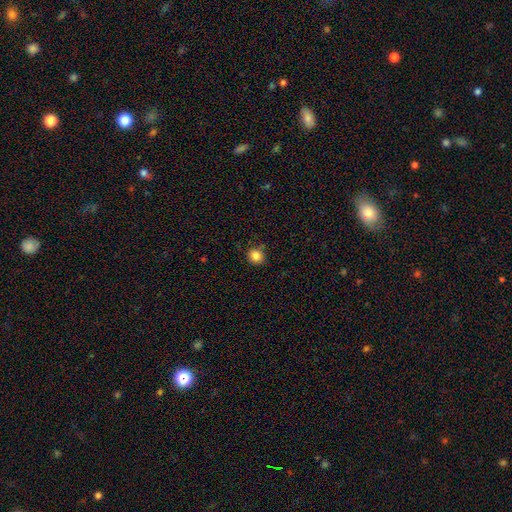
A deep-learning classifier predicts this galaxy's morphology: Smooth or featured? Predicted: smooth (p=0.84). How rounded? Predicted: round (p=0.83). Merging? Predicted: none (p=0.85).